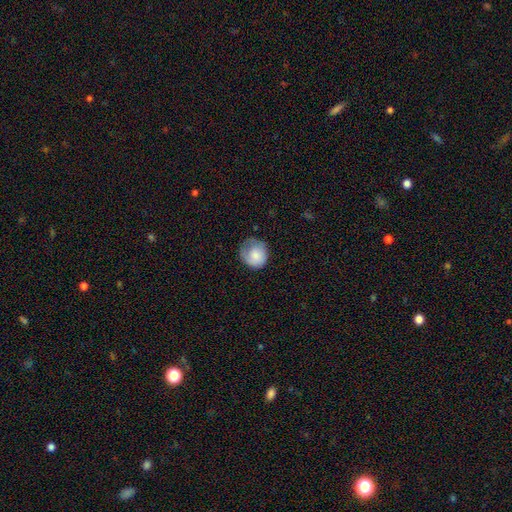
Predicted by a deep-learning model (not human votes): A smooth galaxy with no disk features (77%) that is round (82%). Merging: none (56%).